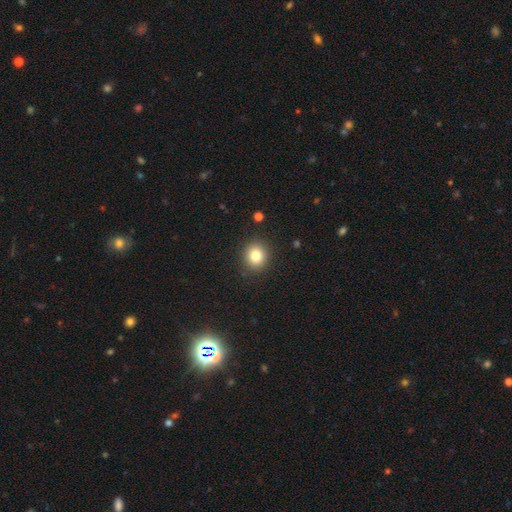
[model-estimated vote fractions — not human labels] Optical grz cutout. It shows a smooth galaxy with no disk features (82%) that is round (86%). Merging: none (90%).